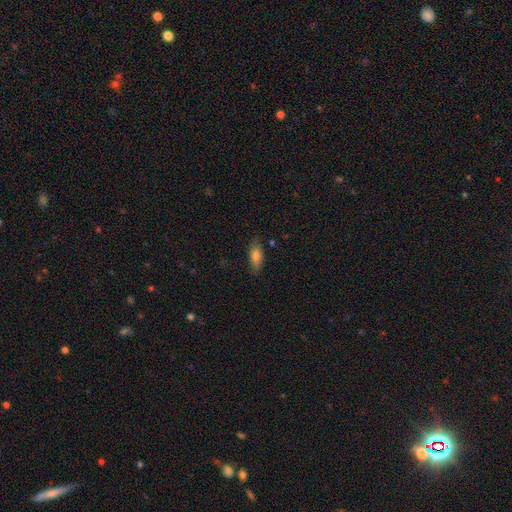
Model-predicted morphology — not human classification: This appears to be a smooth galaxy with no disk features (75%) that is in between round and cigar-shaped (75%). Merging: none (79%).